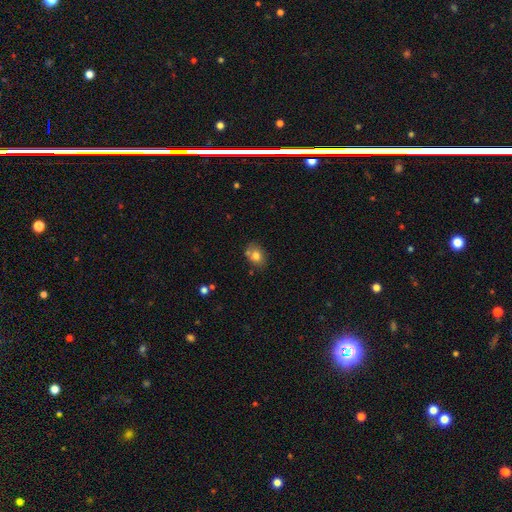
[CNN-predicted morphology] Smooth or featured? smooth (77%)
How rounded? in between (59%)
Merging? none (63%)